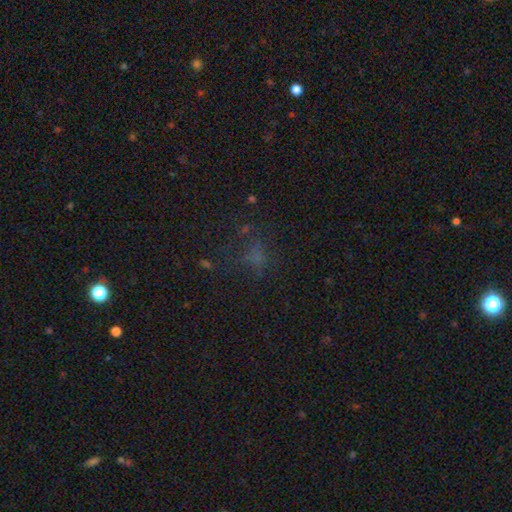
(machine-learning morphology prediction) smooth 43%, star or artifact 39%, featured or disk 17%. Down the decision tree: merging — none (56%).